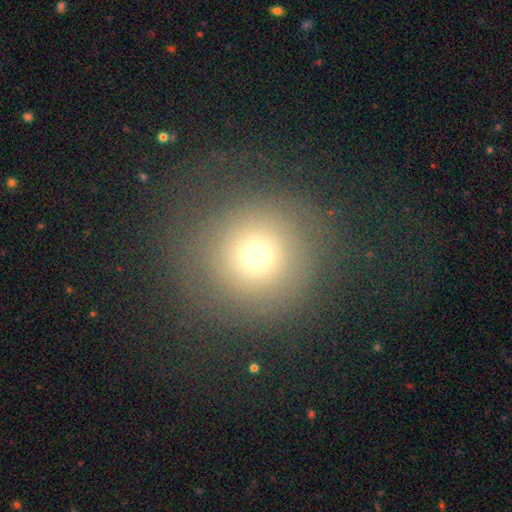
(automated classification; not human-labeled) Smooth or featured? Predicted: smooth (p=0.64). How rounded? Predicted: round (p=0.94). Merging? Predicted: none (p=0.69).